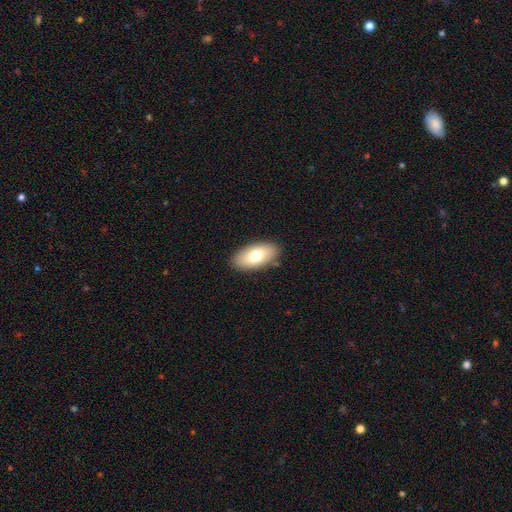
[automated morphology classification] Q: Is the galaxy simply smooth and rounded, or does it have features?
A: smooth — 72%.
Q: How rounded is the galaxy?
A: in between — 93%.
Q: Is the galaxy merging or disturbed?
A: none — 87%.